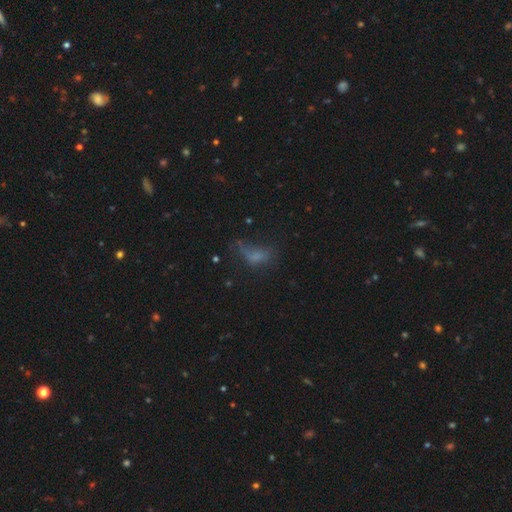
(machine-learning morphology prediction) smooth-or-featured: smooth: 50% | featured or disk: 28% | star or artifact: 22%
  merging: major disturbance: 42% | none: 31% | minor disturbance: 22% | merger: 5%